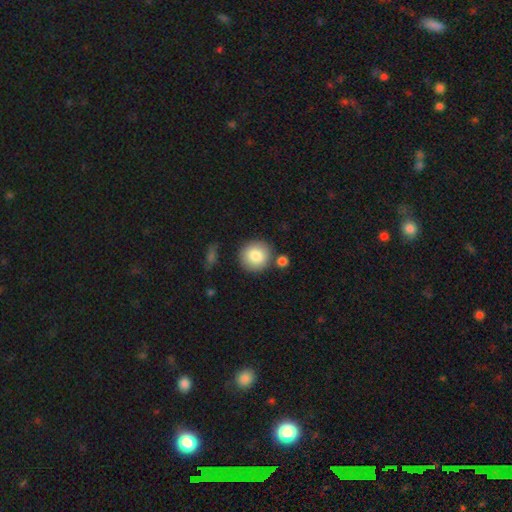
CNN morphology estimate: smooth 86%, featured or disk 7%, star or artifact 7%. Down the decision tree: how rounded — round (91%); merging — none (79%).